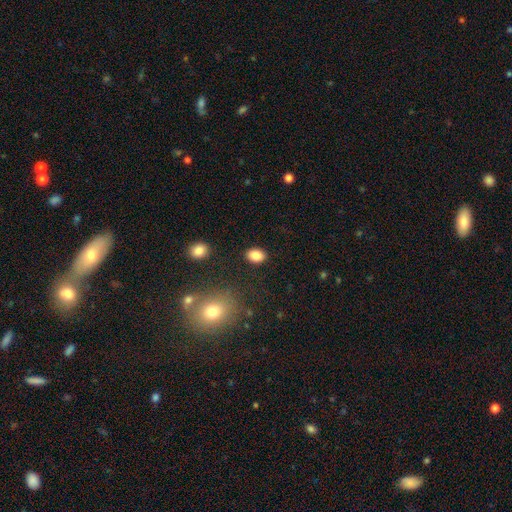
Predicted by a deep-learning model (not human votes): Smooth or featured? Predicted: smooth (p=0.86). How rounded? Predicted: in between (p=0.76). Merging? Predicted: none (p=0.87).